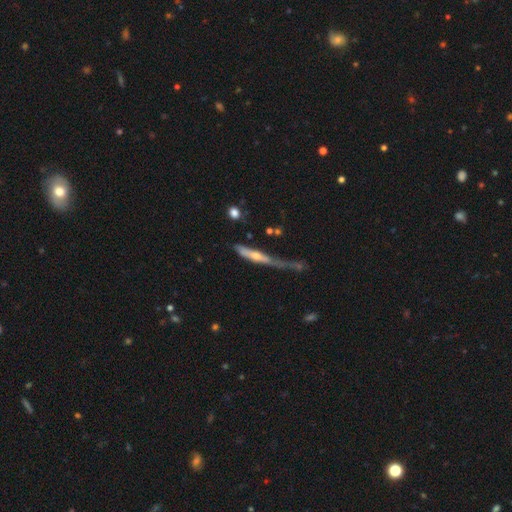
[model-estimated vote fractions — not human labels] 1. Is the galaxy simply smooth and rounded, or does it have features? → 52% featured or disk, 41% smooth, 7% star or artifact.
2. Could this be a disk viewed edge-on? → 80% yes, 20% no.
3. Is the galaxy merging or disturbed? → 37% major disturbance, 26% none, 26% minor disturbance, 11% merger.